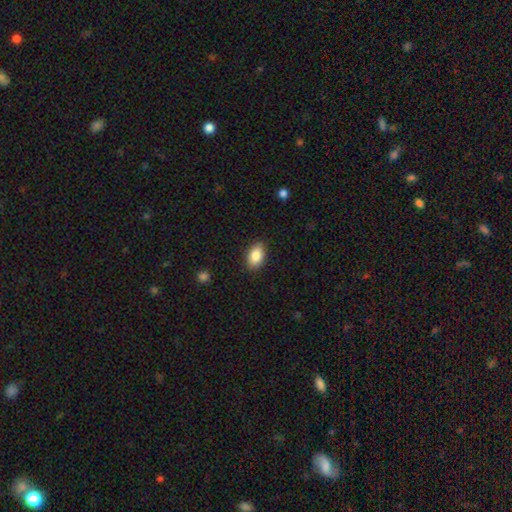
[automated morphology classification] This is clearly a smooth galaxy (85%). How rounded: clearly in between (90%). Merging: clearly none (87%).